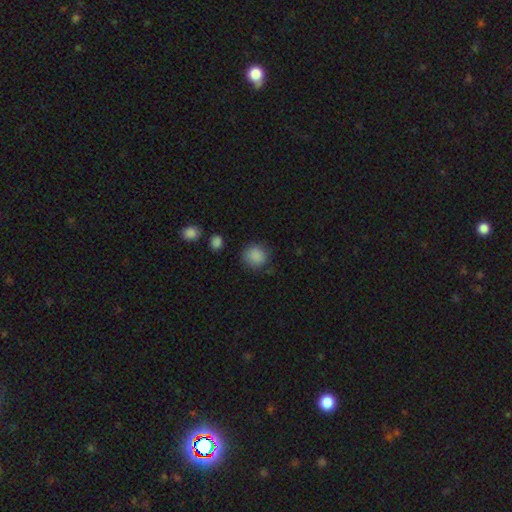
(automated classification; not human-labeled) Smooth or featured? smooth (87%)
How rounded? round (87%)
Merging? none (81%)